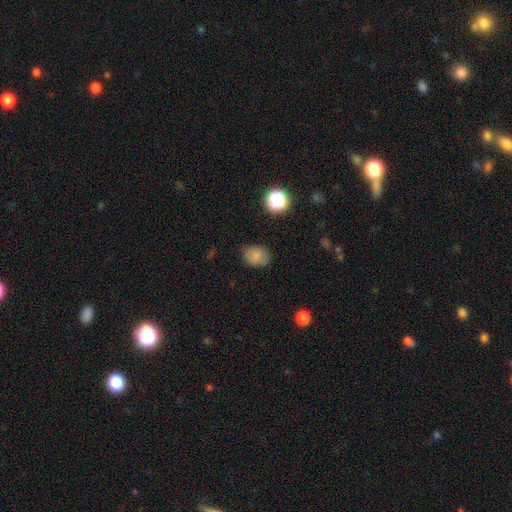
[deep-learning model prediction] smooth_or_featured: smooth (p=0.81) [alt: star or artifact p=0.12]
how_rounded: in between (p=0.58) [alt: round p=0.41]
merging: none (p=0.76) [alt: minor disturbance p=0.18]